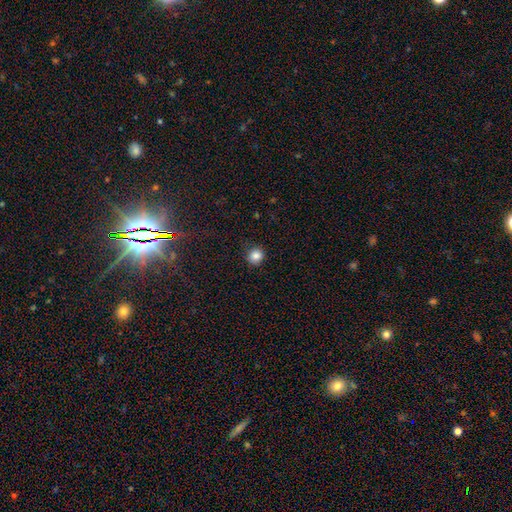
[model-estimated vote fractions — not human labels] Morphology: type=smooth (85%); roundness=round (92%); merging=none (89%).